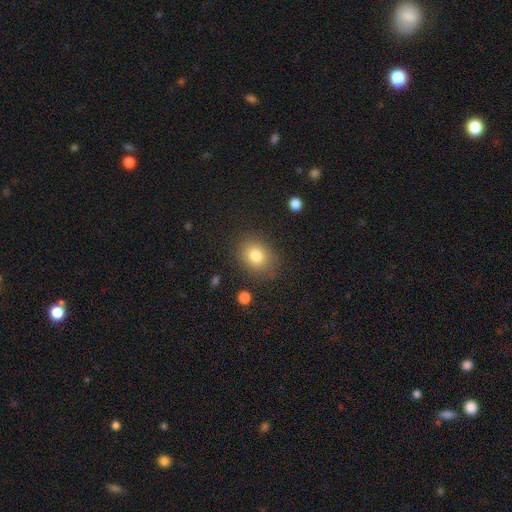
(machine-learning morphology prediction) Smooth or featured: smooth — 80% (star or artifact — 11%)
How rounded: in between — 52% (round — 47%)
Merging: none — 82% (minor disturbance — 12%)